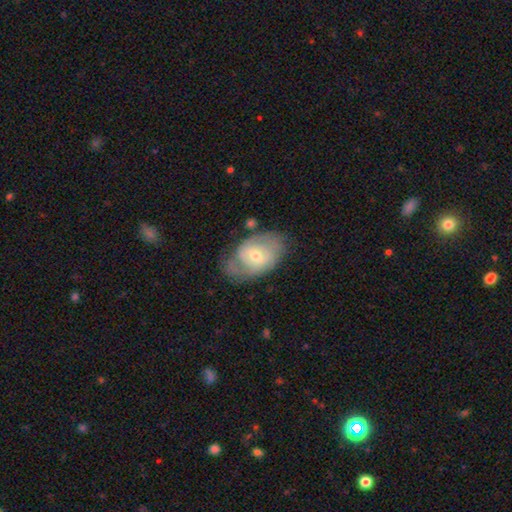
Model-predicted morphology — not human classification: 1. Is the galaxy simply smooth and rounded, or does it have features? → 70% featured or disk, 24% smooth, 6% star or artifact.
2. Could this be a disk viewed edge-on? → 95% no, 5% yes.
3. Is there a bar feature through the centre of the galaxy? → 50% weak, 39% no, 11% strong.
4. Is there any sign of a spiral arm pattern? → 84% yes, 16% no.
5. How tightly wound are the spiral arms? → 48% tight, 38% medium, 14% loose.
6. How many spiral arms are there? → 55% 2, 29% can't tell, 7% 3, 6% 1, 2% 4, 2% more than 4.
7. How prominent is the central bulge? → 53% moderate, 42% small, 3% large, 1% none, 1% dominant.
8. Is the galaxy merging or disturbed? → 60% none, 25% minor disturbance, 12% major disturbance, 3% merger.